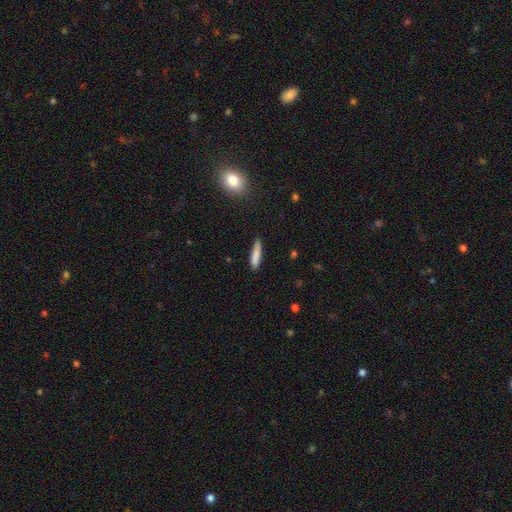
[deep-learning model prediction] This appears to be a smooth galaxy with no disk features (83%) that is cigar-shaped (86%). Merging: none (83%).